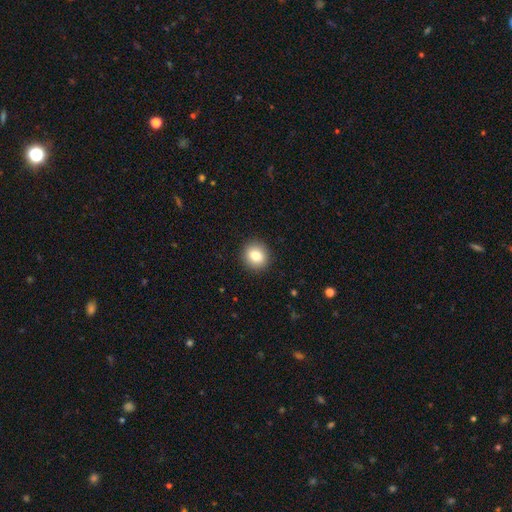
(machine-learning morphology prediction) A smooth galaxy with no disk features (82%) that is round (83%).

Vote fractions:
- Smooth or featured? smooth: 82% / star or artifact: 9% / featured or disk: 9%
- How rounded? round: 83% / in between: 16% / cigar-shaped: 1%
- Merging? none: 91% / minor disturbance: 6% / major disturbance: 2% / merger: 1%